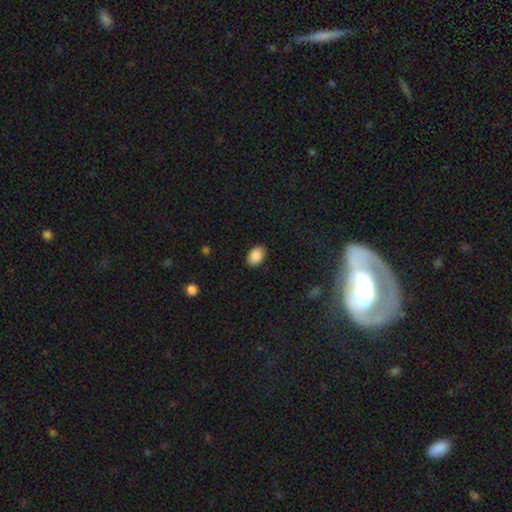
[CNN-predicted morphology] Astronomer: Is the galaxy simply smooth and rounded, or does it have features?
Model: smooth — 89%.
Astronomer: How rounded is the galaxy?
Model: in between — 88%.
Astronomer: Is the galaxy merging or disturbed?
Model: none — 88%.